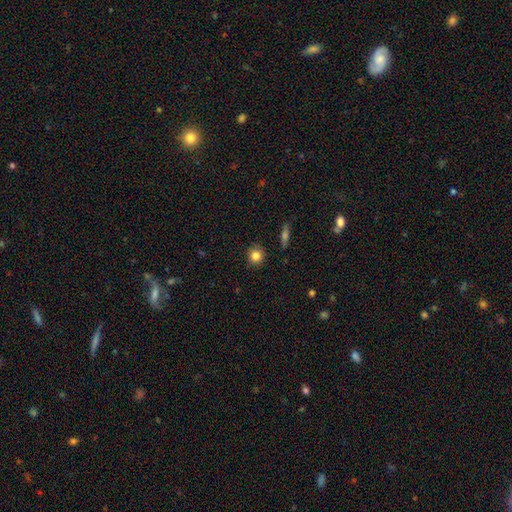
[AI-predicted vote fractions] The model was most divided on "smooth or featured": smooth: 82%, star or artifact: 10%, featured or disk: 7%. More confident: merging — none (89%); how rounded — round (88%).